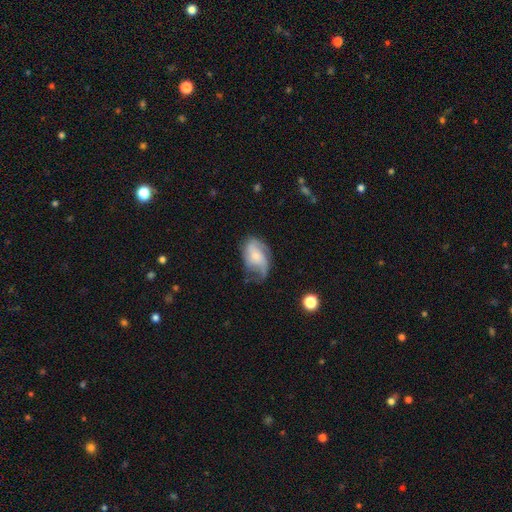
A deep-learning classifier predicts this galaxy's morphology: This is likely a featured or disk galaxy (65%). It is clearly not viewed edge-on (97%). Bar: likely no (65%). Spiral arm pattern: clearly yes (89%). Spiral arm count: marginally 2 (44%). Spiral winding: marginally medium (42%). Central bulge: possibly small (52%). Merging: possibly none (45%).